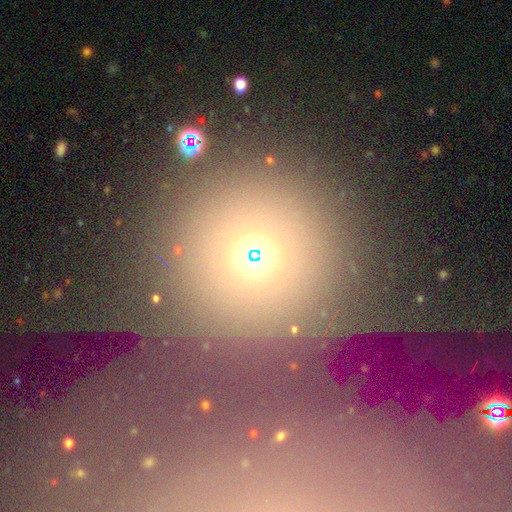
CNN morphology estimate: This appears to be a smooth galaxy with no disk features (62%) that is round (90%). Merging: none (69%).